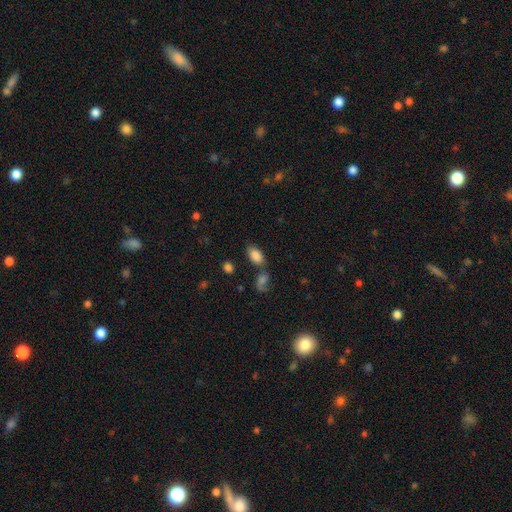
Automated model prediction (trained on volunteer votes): Q: Smooth or featured?
A: smooth (83%); runner-up: star or artifact (9%)
Q: How rounded?
A: in between (92%); runner-up: round (5%)
Q: Merging?
A: none (60%); runner-up: merger (21%)